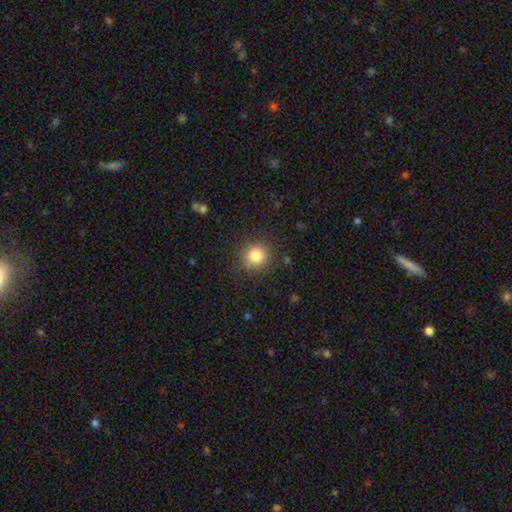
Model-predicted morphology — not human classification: Smooth or featured? Predicted: smooth (p=0.83). How rounded? Predicted: round (p=0.91). Merging? Predicted: none (p=0.88).